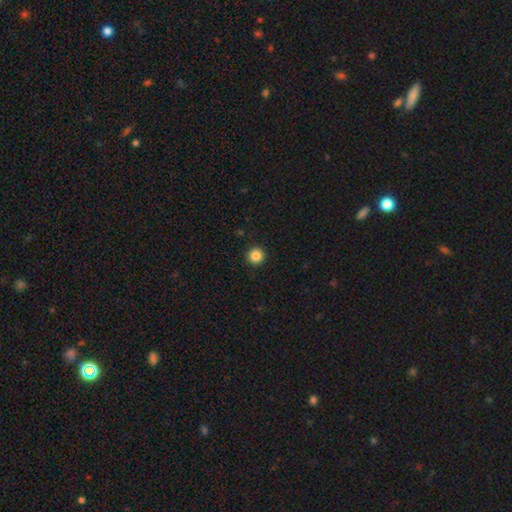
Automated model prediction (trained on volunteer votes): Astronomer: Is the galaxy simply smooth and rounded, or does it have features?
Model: smooth — 86%.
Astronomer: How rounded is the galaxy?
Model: round — 96%.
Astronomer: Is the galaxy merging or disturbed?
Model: none — 93%.